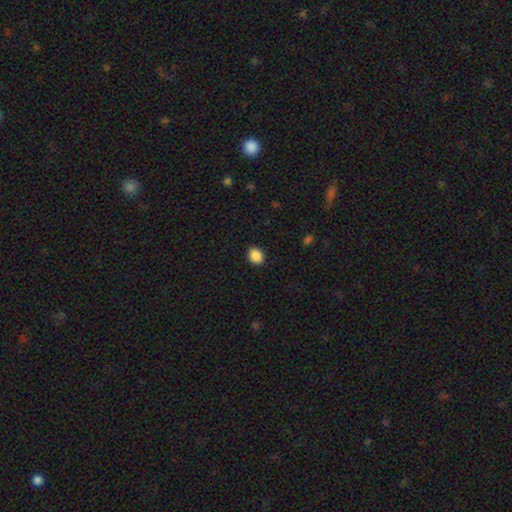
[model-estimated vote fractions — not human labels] A smooth galaxy with no disk features (89%) that is round (52%).

Vote fractions:
- Smooth or featured? smooth: 89% / star or artifact: 8% / featured or disk: 2%
- How rounded? round: 52% / in between: 47% / cigar-shaped: 1%
- Merging? none: 90% / minor disturbance: 7% / major disturbance: 2% / merger: 1%